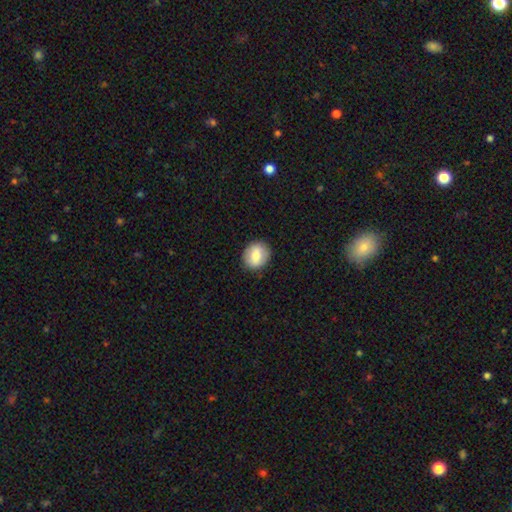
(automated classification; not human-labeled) A smooth galaxy with no disk features (74%) that is round (69%). Merging: none (89%).